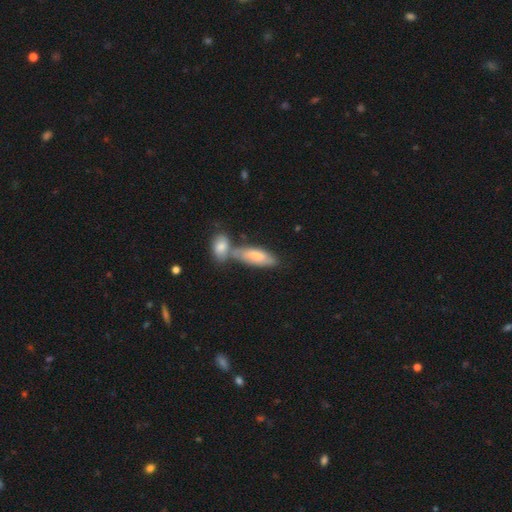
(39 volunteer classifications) Morphology: type=smooth (59%); roundness=in between (74%); merging=none (44%).